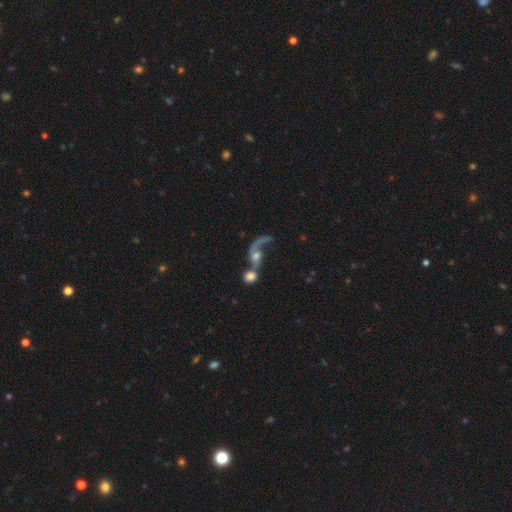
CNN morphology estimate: A featured or disk galaxy (58%) with no bar (69%), spiral arms (73%) and a moderate central bulge (46%). Merging: merger (60%).